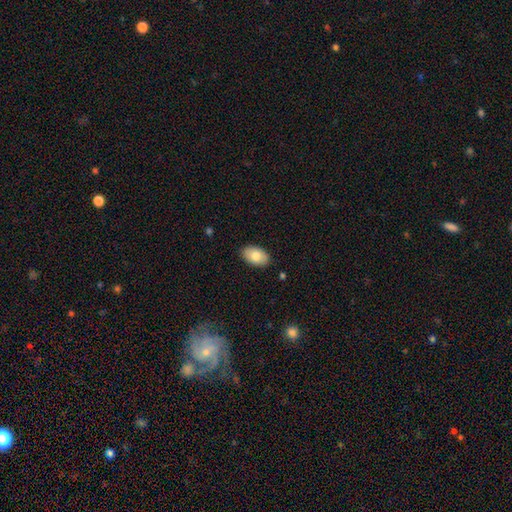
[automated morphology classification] Smooth or featured? Predicted: smooth (p=0.79). How rounded? Predicted: in between (p=0.93). Merging? Predicted: none (p=0.88).